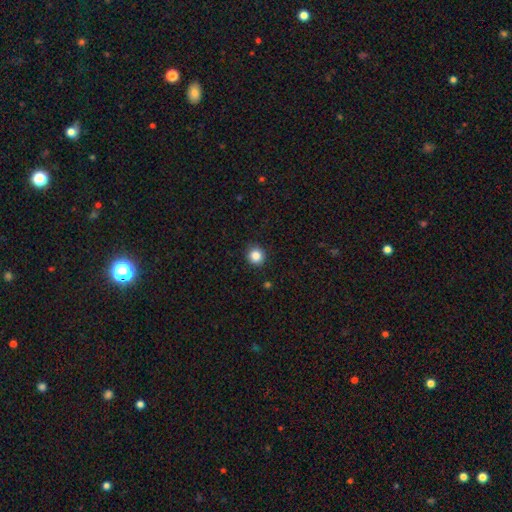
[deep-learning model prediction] This appears to be a smooth galaxy with no disk features (86%) that is round (92%). Merging: none (92%).